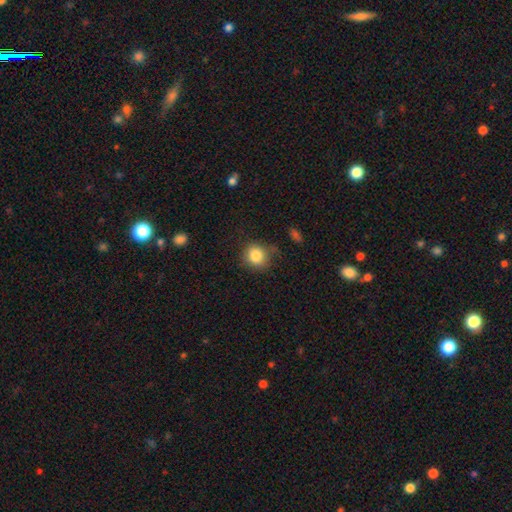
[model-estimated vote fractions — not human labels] Smooth or featured? Predicted: smooth (p=0.83). How rounded? Predicted: round (p=0.84). Merging? Predicted: none (p=0.74).